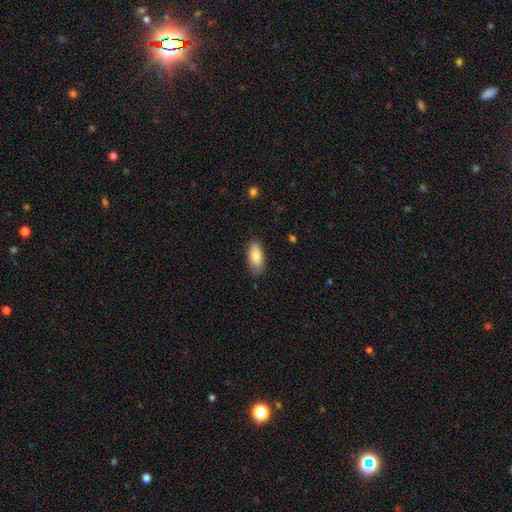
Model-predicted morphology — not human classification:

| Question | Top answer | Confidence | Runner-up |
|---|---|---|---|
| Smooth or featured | smooth | 83% | featured or disk (11%) |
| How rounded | in between | 87% | cigar-shaped (11%) |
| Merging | none | 80% | minor disturbance (16%) |